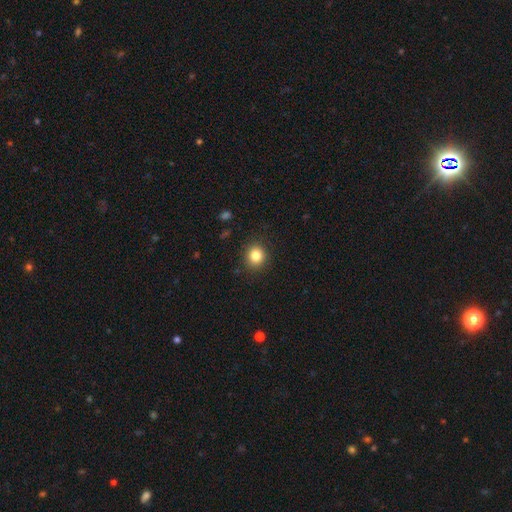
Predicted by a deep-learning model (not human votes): The model was most divided on "how rounded": round: 84%, in between: 15%, cigar-shaped: 1%. More confident: merging — none (89%); smooth or featured — smooth (83%).